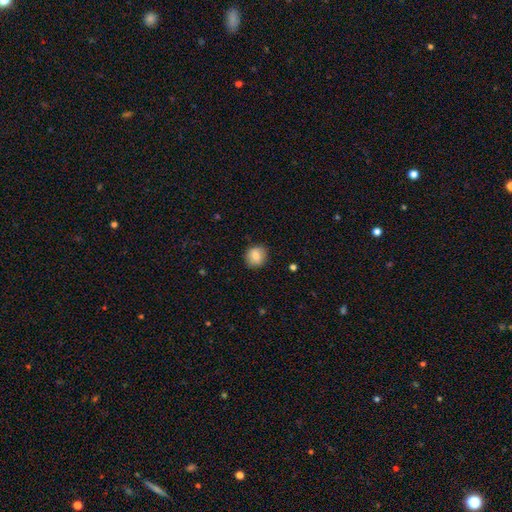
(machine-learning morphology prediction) smooth-or-featured: smooth: 83% | featured or disk: 9% | star or artifact: 8%
  how-rounded: round: 82% | in between: 17% | cigar-shaped: 1%
  merging: none: 85% | minor disturbance: 12% | major disturbance: 3% | merger: 1%